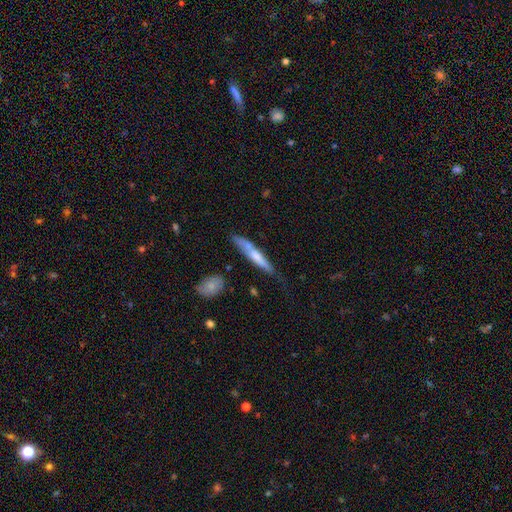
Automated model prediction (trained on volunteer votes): Morphology: type=smooth (57%); roundness=cigar-shaped (89%); merging=none (57%).